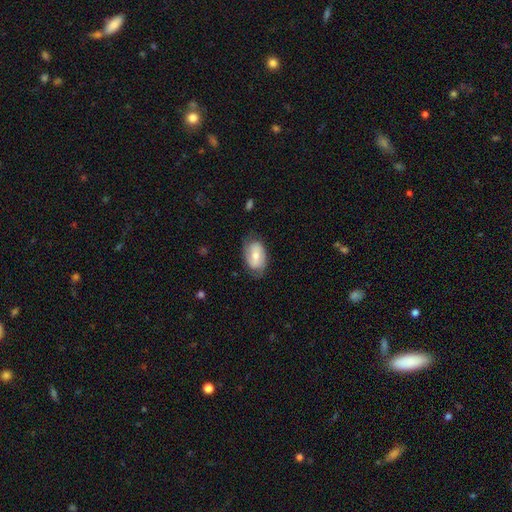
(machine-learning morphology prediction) Smooth or featured?
  - smooth: 55% *
  - featured or disk: 38%
  - star or artifact: 6%
How rounded?
  - in between: 90% *
  - round: 9%
  - cigar-shaped: 2%
Merging?
  - none: 70% *
  - minor disturbance: 22%
  - major disturbance: 7%
  - merger: 1%